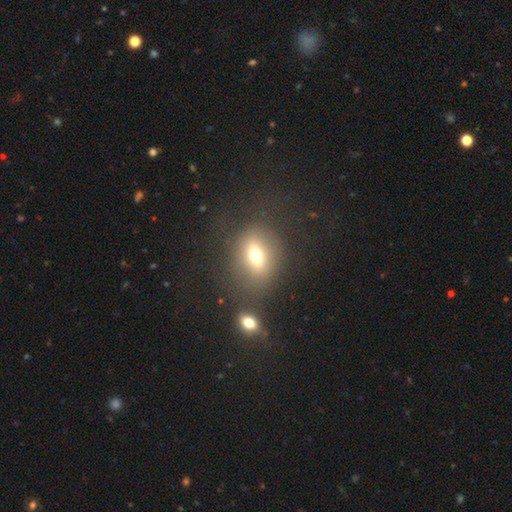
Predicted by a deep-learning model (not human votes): Overall: smooth (64%). How rounded: in between (58%; round 38%). Merging: none (68%).